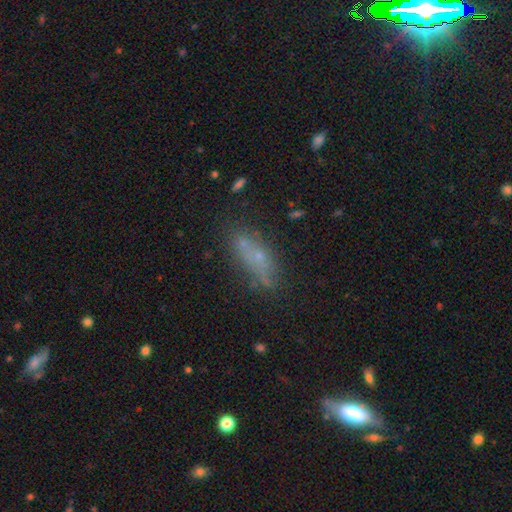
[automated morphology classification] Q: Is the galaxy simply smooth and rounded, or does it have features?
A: smooth — 52%.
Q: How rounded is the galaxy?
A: in between — 51%.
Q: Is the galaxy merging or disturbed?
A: none — 54%.